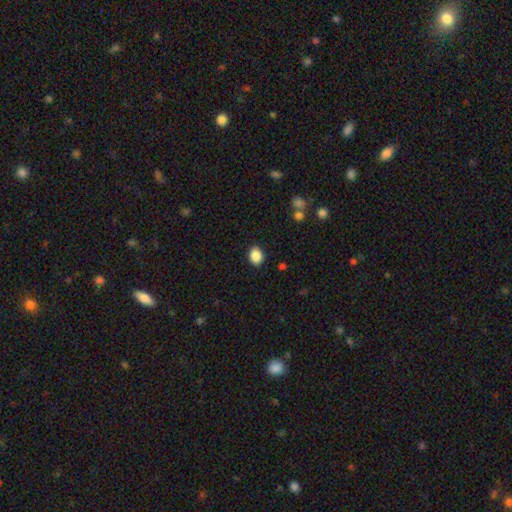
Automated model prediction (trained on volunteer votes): smooth-or-featured: smooth: 87% | star or artifact: 9% | featured or disk: 4%
  how-rounded: in between: 54% | round: 45% | cigar-shaped: 1%
  merging: none: 89% | minor disturbance: 8% | major disturbance: 2% | merger: 1%